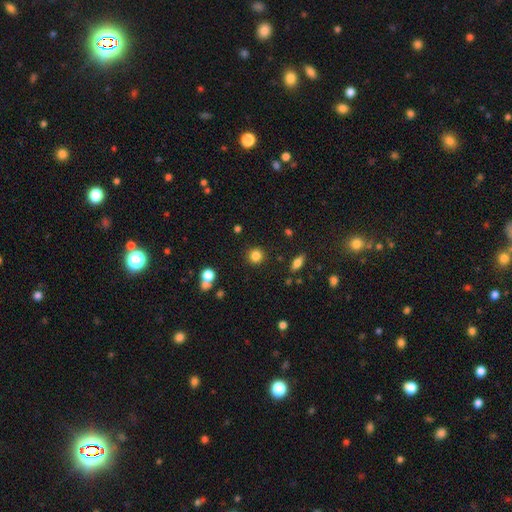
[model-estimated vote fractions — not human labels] Smooth or featured? smooth (83%)
How rounded? round (92%)
Merging? none (89%)